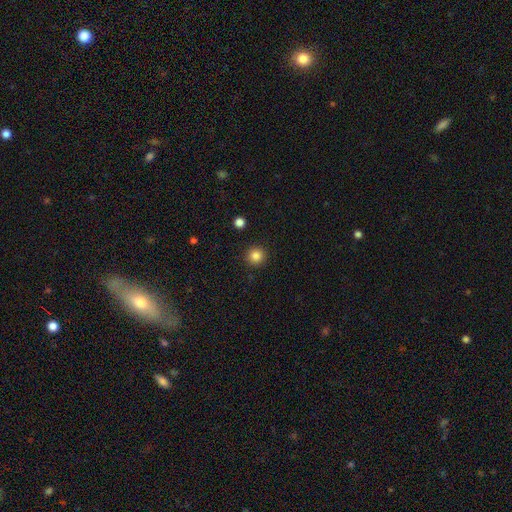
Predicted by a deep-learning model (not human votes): This is clearly a smooth galaxy (84%). How rounded: clearly round (95%). Merging: clearly none (92%).